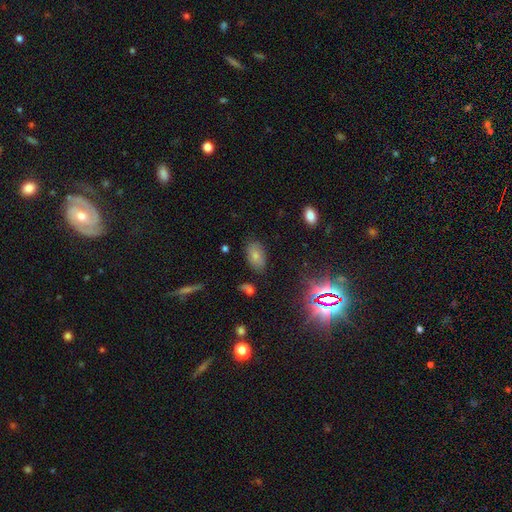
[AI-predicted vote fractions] smooth 71%, star or artifact 15%, featured or disk 14%. Down the decision tree: how rounded — in between (92%); merging — none (79%).